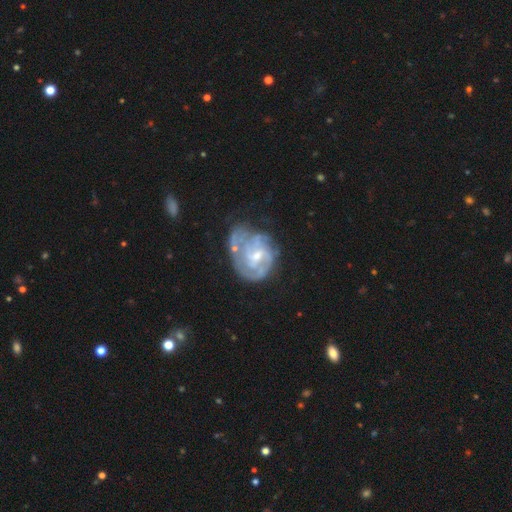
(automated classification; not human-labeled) Morphology: type=featured or disk (80%); edge-on=no (98%); bar=weak (52%); spiral arms=yes (84%); winding=tight (53%); arm count=can't tell (41%); bulge=small (53%); merging=none (48%).